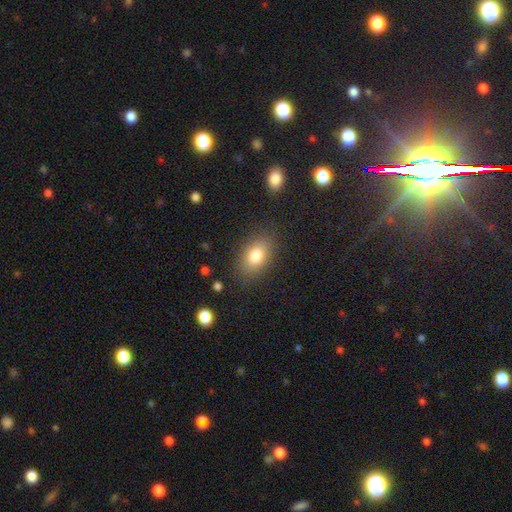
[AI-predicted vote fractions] smooth_or_featured: smooth (p=0.79) [alt: featured or disk p=0.12]
how_rounded: in between (p=0.86) [alt: round p=0.11]
merging: none (p=0.83) [alt: minor disturbance p=0.11]